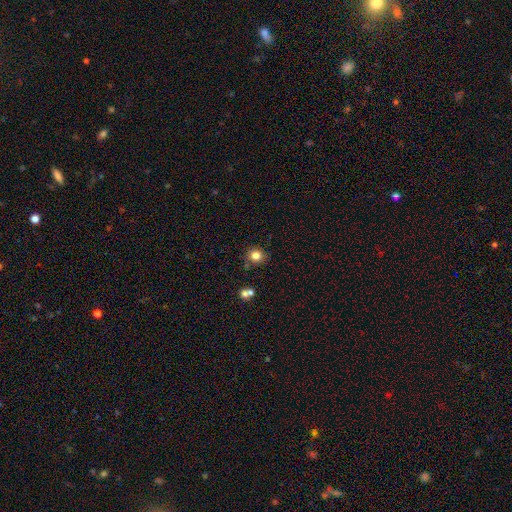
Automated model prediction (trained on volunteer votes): Smooth or featured? Predicted: smooth (p=0.81). How rounded? Predicted: round (p=0.85). Merging? Predicted: none (p=0.81).